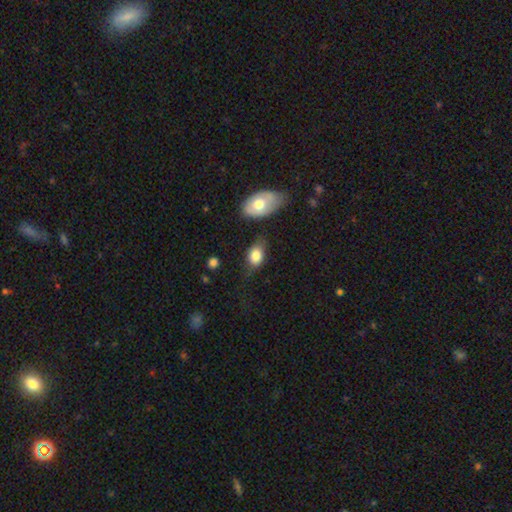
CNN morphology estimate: A smooth galaxy with no disk features (82%) that is in between round and cigar-shaped (83%). Merging: none (57%).